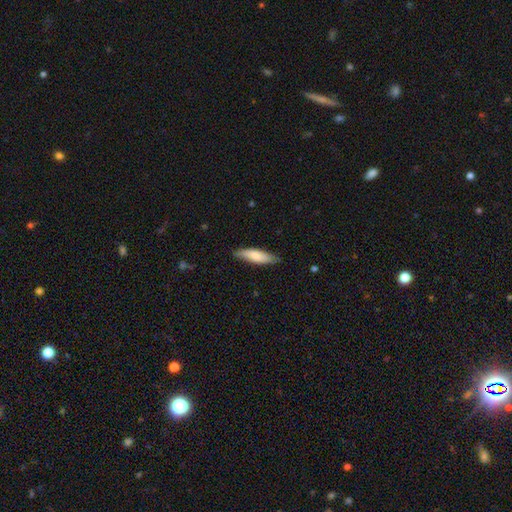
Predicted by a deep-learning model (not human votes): smooth 77%, featured or disk 18%, star or artifact 5%. Down the decision tree: how rounded — cigar-shaped (64%); merging — none (81%).